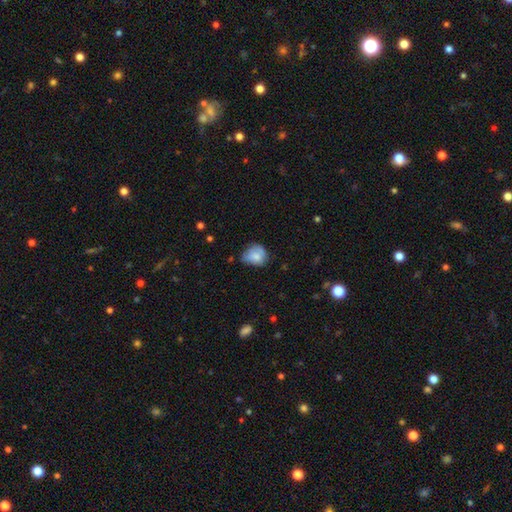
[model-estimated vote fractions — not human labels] Morphology: type=smooth (76%); roundness=round (64%); merging=none (45%).